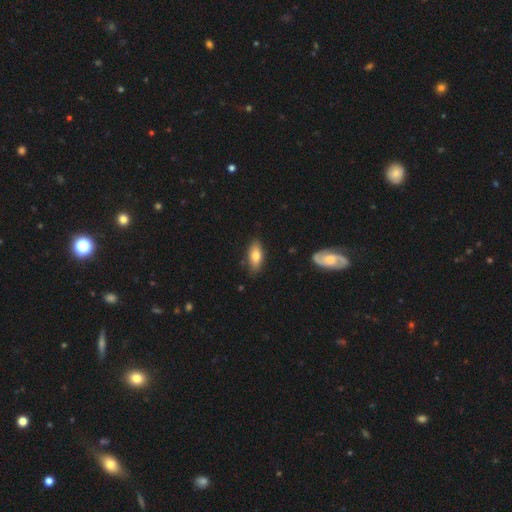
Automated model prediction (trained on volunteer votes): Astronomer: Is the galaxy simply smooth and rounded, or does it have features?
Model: smooth — 75%.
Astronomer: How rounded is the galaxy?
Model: in between — 82%.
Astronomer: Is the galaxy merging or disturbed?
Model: none — 82%.